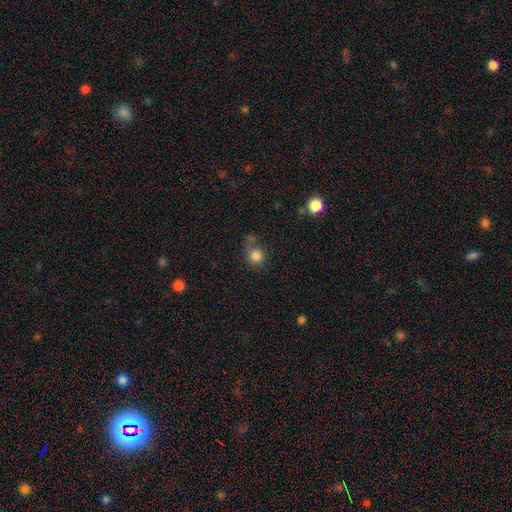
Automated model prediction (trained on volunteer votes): smooth-or-featured: smooth: 82% | star or artifact: 12% | featured or disk: 6%
  how-rounded: round: 89% | in between: 10% | cigar-shaped: 1%
  merging: none: 57% | minor disturbance: 18% | merger: 17% | major disturbance: 9%